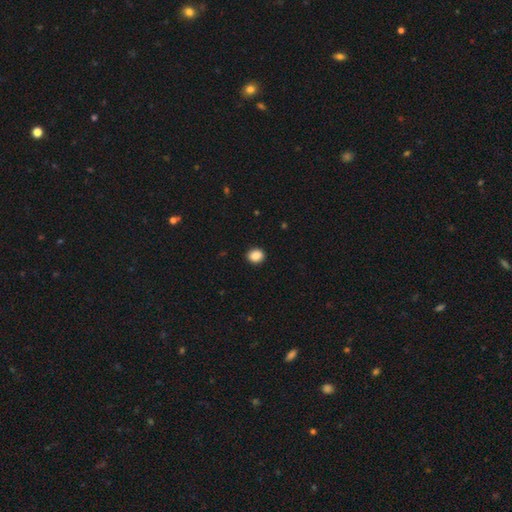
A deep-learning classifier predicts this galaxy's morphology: This is clearly a smooth galaxy (87%). How rounded: likely round (75%). Merging: clearly none (92%).